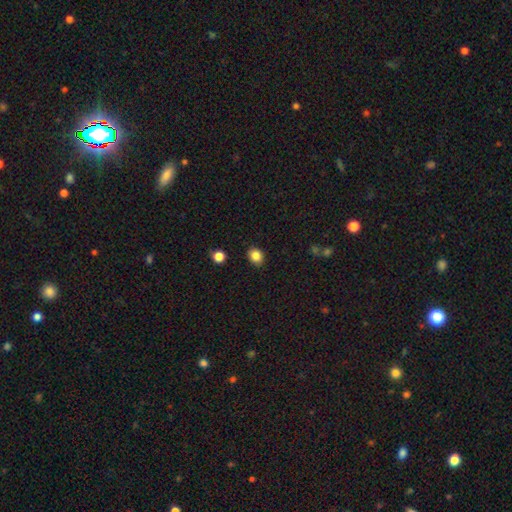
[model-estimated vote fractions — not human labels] Morphology: type=smooth (85%); roundness=round (57%); merging=none (88%).